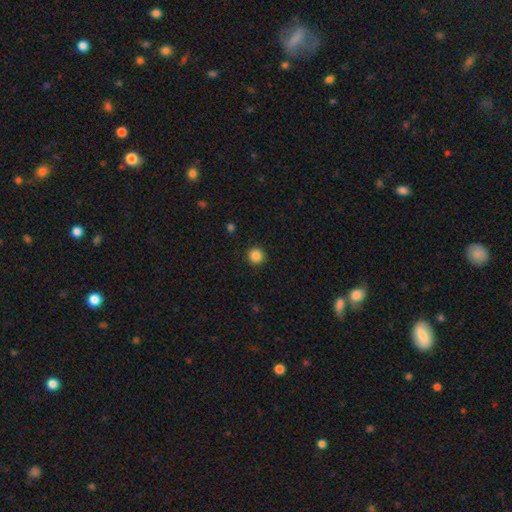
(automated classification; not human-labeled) Morphology: type=smooth (86%); roundness=round (95%); merging=none (92%).